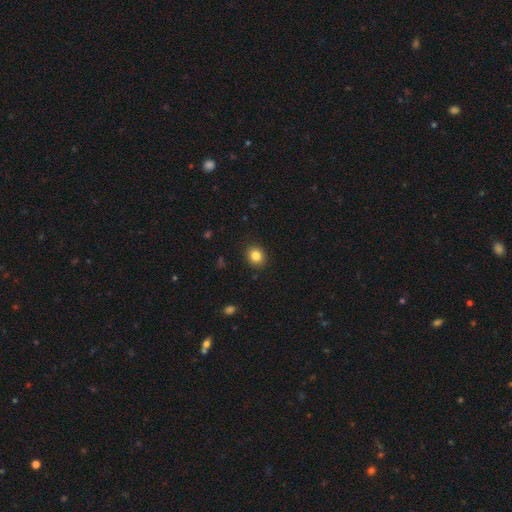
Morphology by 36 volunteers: smooth-or-featured: smooth: 92% | featured or disk: 8% | star or artifact: 0%
  how-rounded: round: 70% | in between: 27% | cigar-shaped: 3%
  merging: none: 83% | minor disturbance: 8% | major disturbance: 6% | merger: 3%